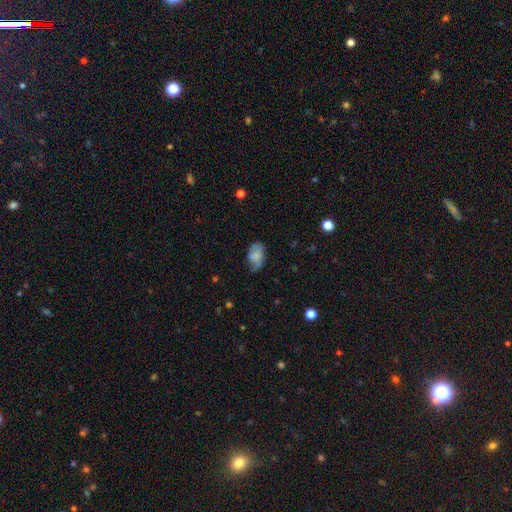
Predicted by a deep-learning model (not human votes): smooth 66%, featured or disk 26%, star or artifact 9%. Down the decision tree: how rounded — in between (90%); merging — none (44%).